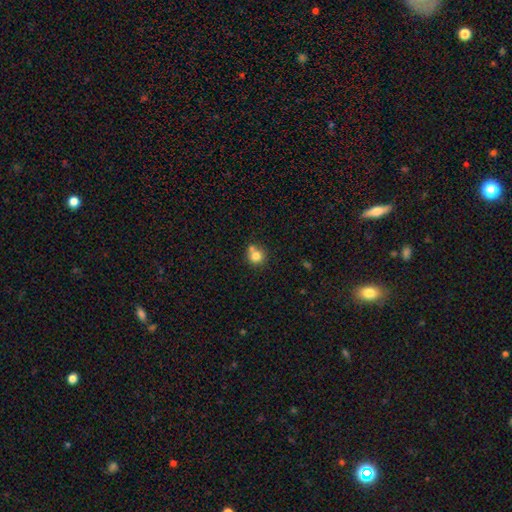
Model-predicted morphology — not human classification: This is likely a smooth galaxy (79%). How rounded: clearly round (90%). Merging: possibly none (55%).